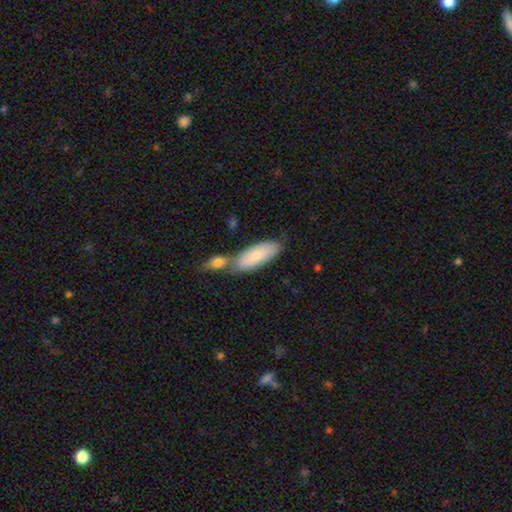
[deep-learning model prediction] Smooth or featured: smooth — 79% (featured or disk — 15%)
How rounded: in between — 71% (cigar-shaped — 28%)
Merging: none — 47% (merger — 36%)